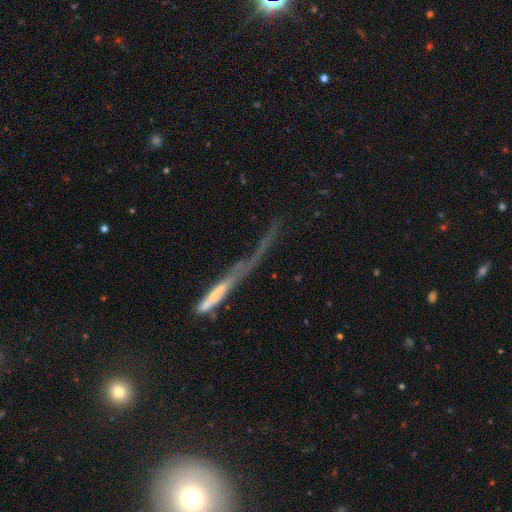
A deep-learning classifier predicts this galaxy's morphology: smooth-or-featured: featured or disk: 53% | smooth: 24% | star or artifact: 23%
  disk-edge-on: yes: 71% | no: 29%
  merging: none: 46% | major disturbance: 21% | minor disturbance: 18% | merger: 15%